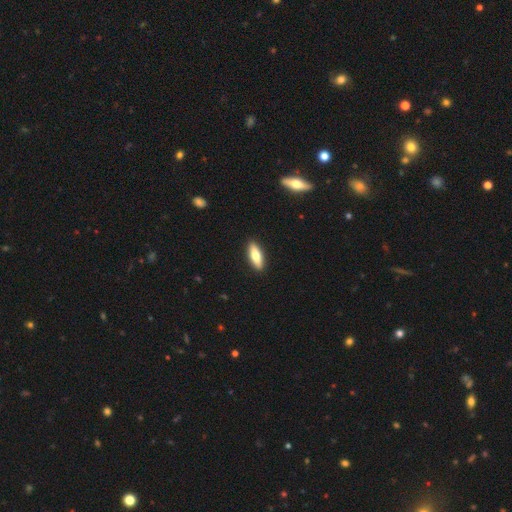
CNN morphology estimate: Smooth or featured? smooth (72%)
How rounded? in between (55%)
Merging? none (91%)